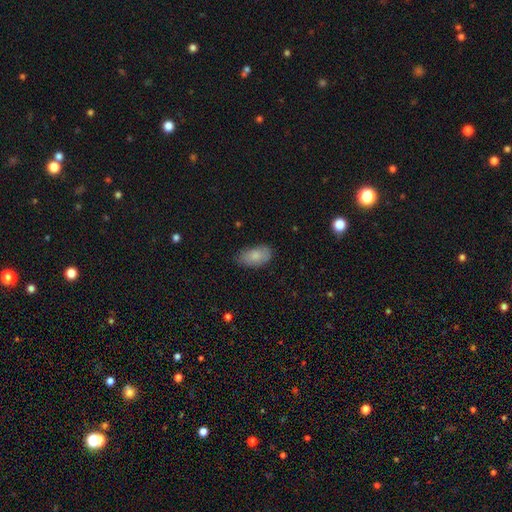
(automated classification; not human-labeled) Smooth or featured: smooth — 83% (featured or disk — 10%)
How rounded: in between — 93% (round — 4%)
Merging: none — 74% (minor disturbance — 20%)